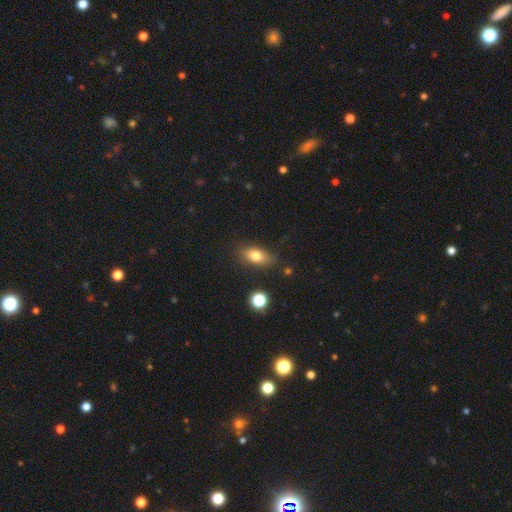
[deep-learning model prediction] smooth-or-featured: smooth: 77% | featured or disk: 13% | star or artifact: 10%
  how-rounded: in between: 81% | round: 10% | cigar-shaped: 9%
  merging: none: 78% | minor disturbance: 15% | major disturbance: 4% | merger: 3%